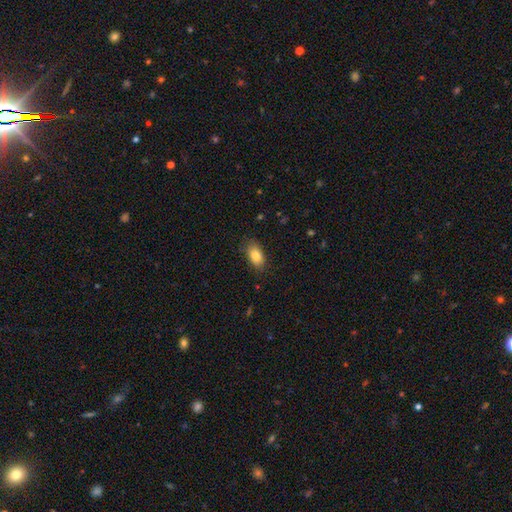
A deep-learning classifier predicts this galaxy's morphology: This is clearly a smooth galaxy (84%). How rounded: clearly in between (91%). Merging: clearly none (83%).